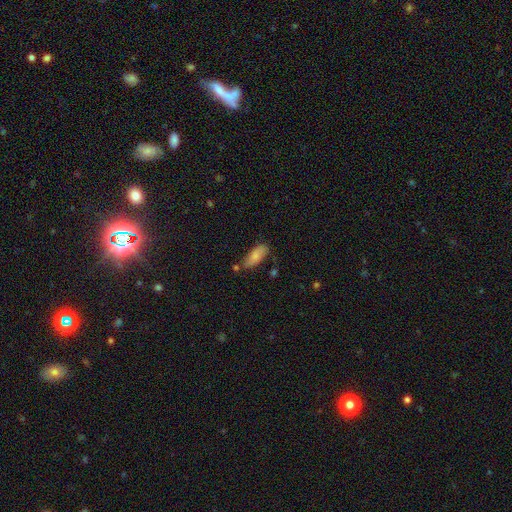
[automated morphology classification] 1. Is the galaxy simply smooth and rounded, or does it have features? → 80% smooth, 14% featured or disk, 7% star or artifact.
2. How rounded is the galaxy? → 72% in between, 26% cigar-shaped, 2% round.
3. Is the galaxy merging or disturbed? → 72% none, 18% minor disturbance, 6% merger, 4% major disturbance.